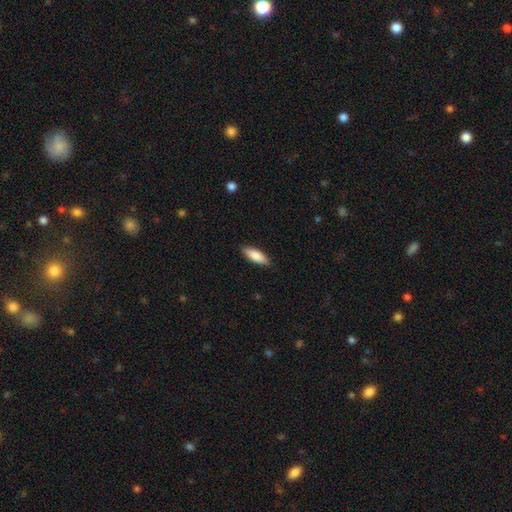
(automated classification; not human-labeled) Q: Smooth or featured?
A: smooth (85%); runner-up: featured or disk (9%)
Q: How rounded?
A: in between (67%); runner-up: cigar-shaped (31%)
Q: Merging?
A: none (88%); runner-up: minor disturbance (9%)